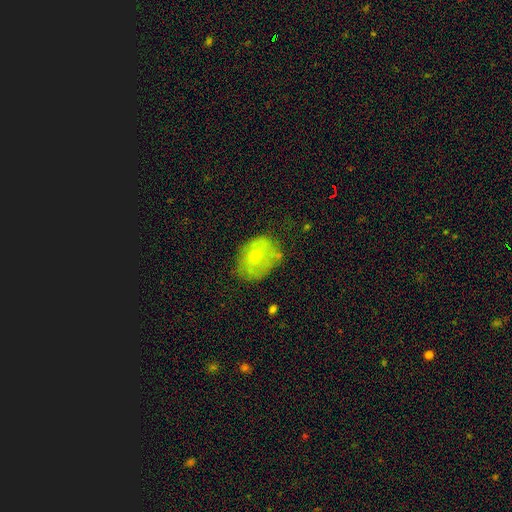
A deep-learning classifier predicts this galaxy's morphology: Smooth or featured?
  - smooth: 55% *
  - featured or disk: 36%
  - star or artifact: 8%
How rounded?
  - in between: 60% *
  - round: 39%
  - cigar-shaped: 1%
Merging?
  - none: 59% *
  - minor disturbance: 28%
  - major disturbance: 11%
  - merger: 3%